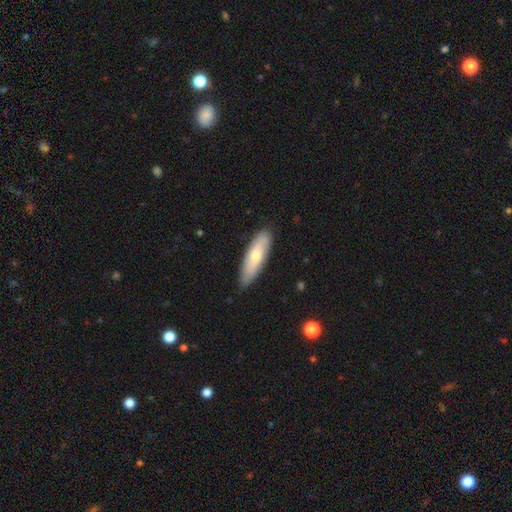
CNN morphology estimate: This is possibly a smooth galaxy (60%). How rounded: possibly cigar-shaped (50%). Merging: clearly none (83%).